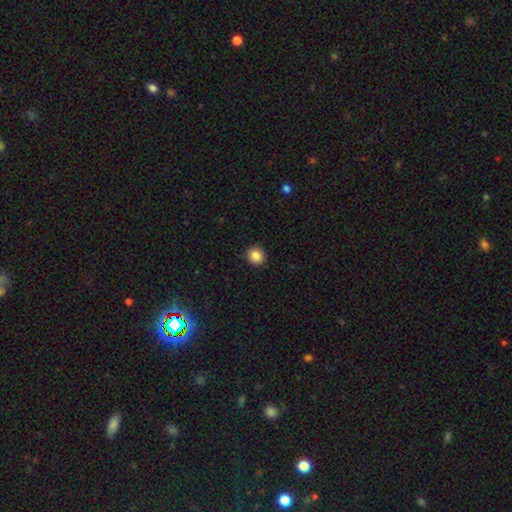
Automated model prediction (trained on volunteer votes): Smooth or featured? smooth (85%)
How rounded? round (91%)
Merging? none (91%)